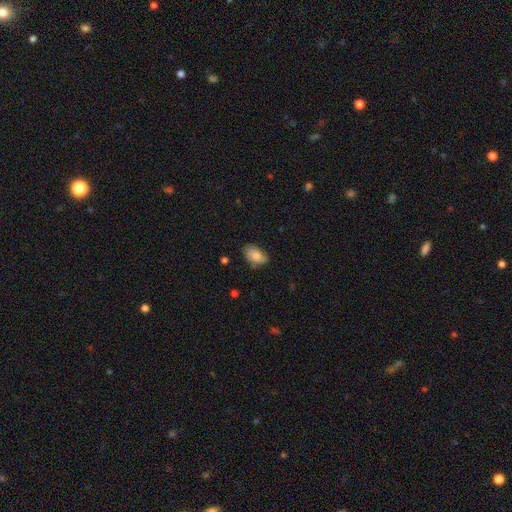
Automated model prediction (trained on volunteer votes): This is clearly a smooth galaxy (80%). How rounded: clearly in between (90%). Merging: likely none (67%).